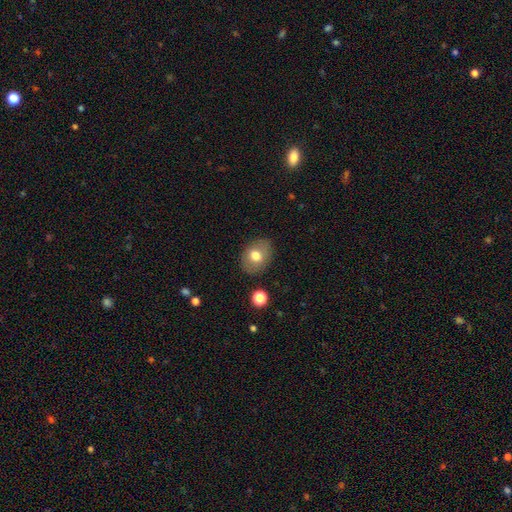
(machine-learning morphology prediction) A smooth galaxy with no disk features (73%) that is in between round and cigar-shaped (60%).

Vote fractions:
- Smooth or featured? smooth: 73% / featured or disk: 19% / star or artifact: 9%
- How rounded? in between: 60% / round: 39% / cigar-shaped: 1%
- Merging? none: 84% / minor disturbance: 12% / major disturbance: 3% / merger: 2%